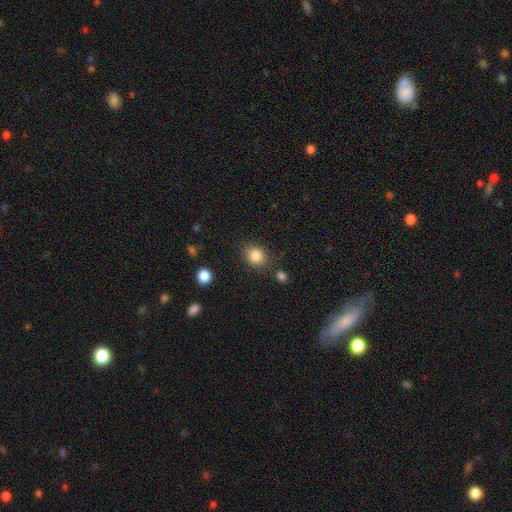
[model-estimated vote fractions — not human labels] Smooth or featured: smooth — 84% (star or artifact — 10%)
How rounded: round — 65% (in between — 34%)
Merging: none — 79% (minor disturbance — 13%)